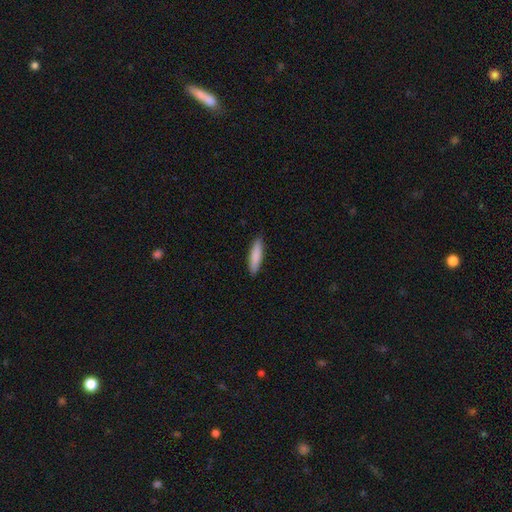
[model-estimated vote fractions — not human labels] Overall: smooth (85%). How rounded: cigar-shaped (73%). Merging: none (88%).